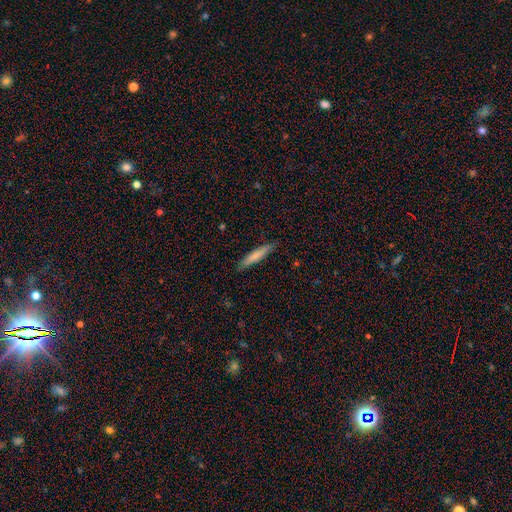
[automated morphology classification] smooth-or-featured: smooth: 74% | featured or disk: 21% | star or artifact: 6%
  how-rounded: cigar-shaped: 91% | in between: 8% | round: 1%
  merging: none: 88% | minor disturbance: 9% | major disturbance: 2% | merger: 1%